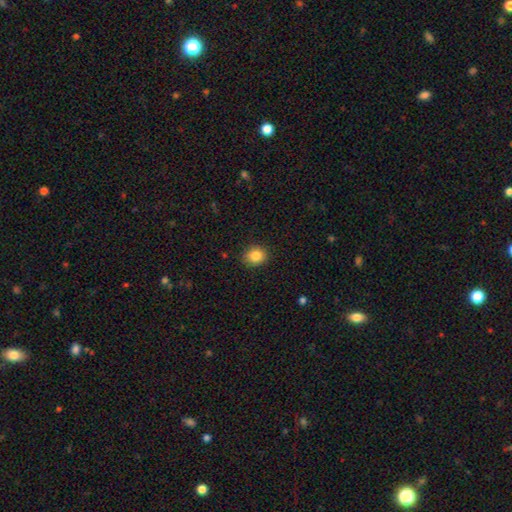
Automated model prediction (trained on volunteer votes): smooth_or_featured: smooth (p=0.85) [alt: star or artifact p=0.10]
how_rounded: round (p=0.73) [alt: in between p=0.26]
merging: none (p=0.88) [alt: minor disturbance p=0.09]